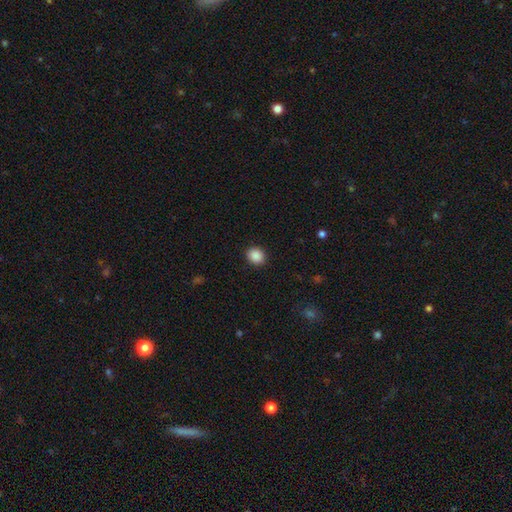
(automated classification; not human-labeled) Smooth or featured? smooth (89%)
How rounded? round (70%)
Merging? none (91%)